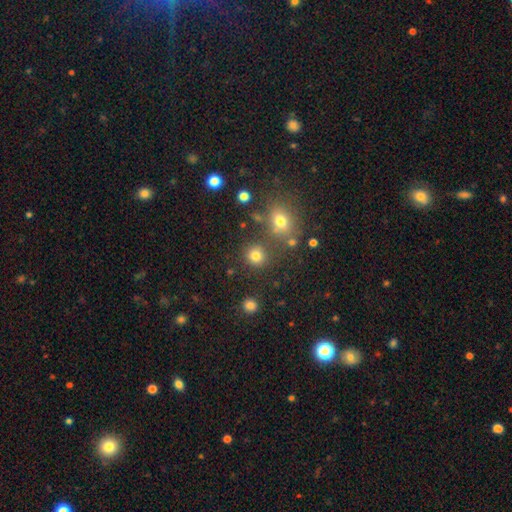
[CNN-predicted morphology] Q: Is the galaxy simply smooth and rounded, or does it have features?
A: smooth — 78%.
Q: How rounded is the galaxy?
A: round — 89%.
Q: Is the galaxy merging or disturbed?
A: none — 80%.